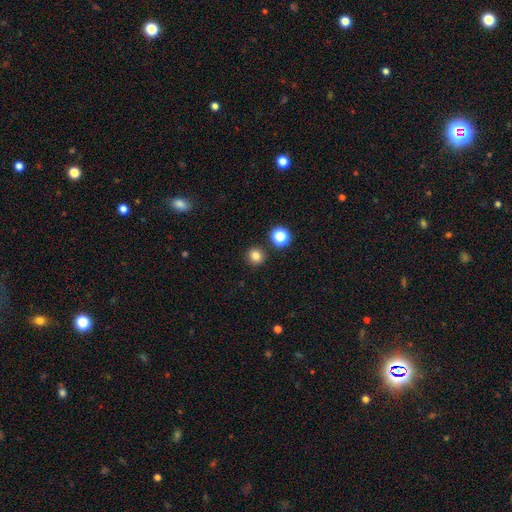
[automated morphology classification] Smooth or featured?
  - smooth: 81% *
  - star or artifact: 14%
  - featured or disk: 5%
How rounded?
  - round: 91% *
  - in between: 8%
  - cigar-shaped: 1%
Merging?
  - none: 89% *
  - minor disturbance: 6%
  - merger: 4%
  - major disturbance: 2%